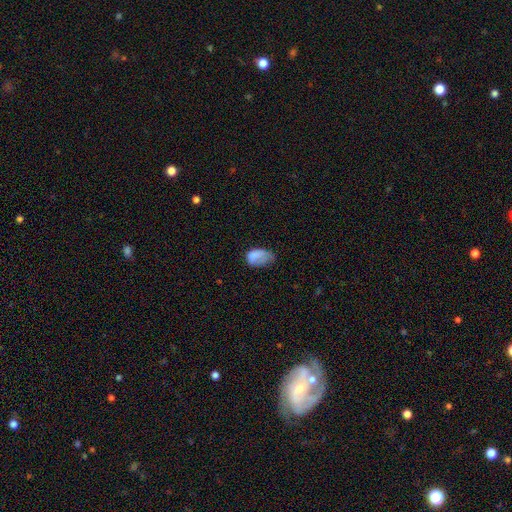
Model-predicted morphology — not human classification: Overall: smooth (78%). How rounded: in between (89%). Merging: minor disturbance (39%; major disturbance 29%).